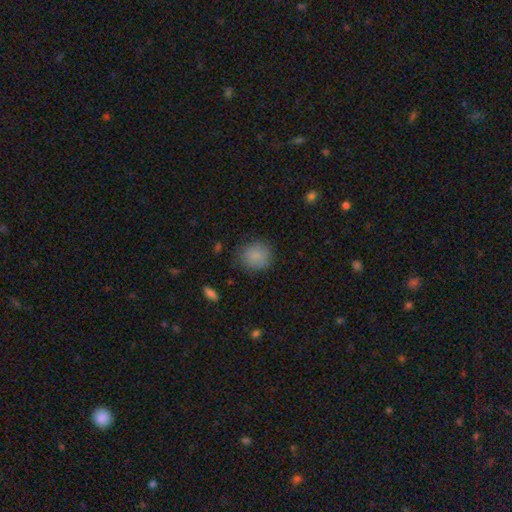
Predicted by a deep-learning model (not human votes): Smooth or featured? smooth (85%)
How rounded? round (87%)
Merging? none (81%)